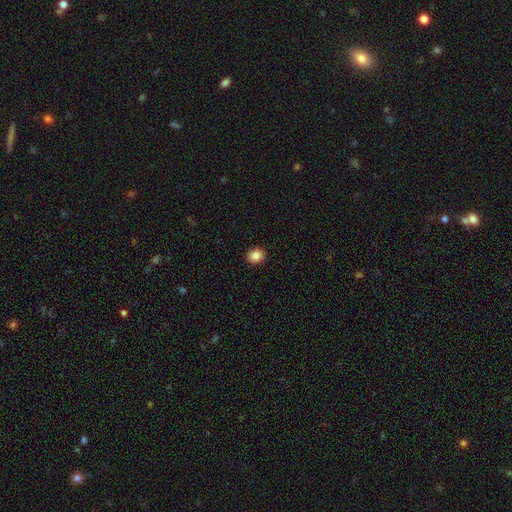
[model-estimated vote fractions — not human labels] Smooth or featured: smooth — 85% (star or artifact — 10%)
How rounded: round — 72% (in between — 27%)
Merging: none — 92% (minor disturbance — 5%)